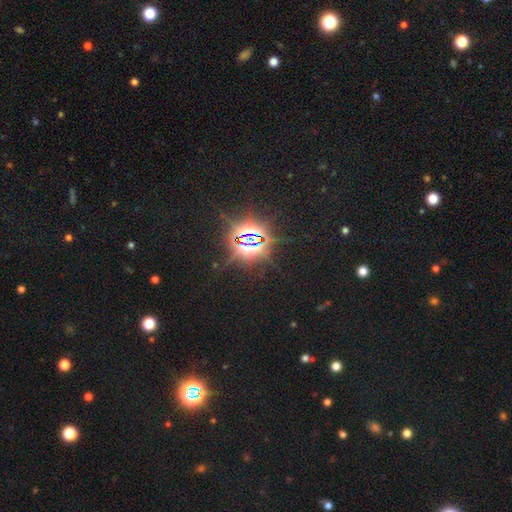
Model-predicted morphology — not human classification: star or artifact 83%, smooth 9%, featured or disk 8%.